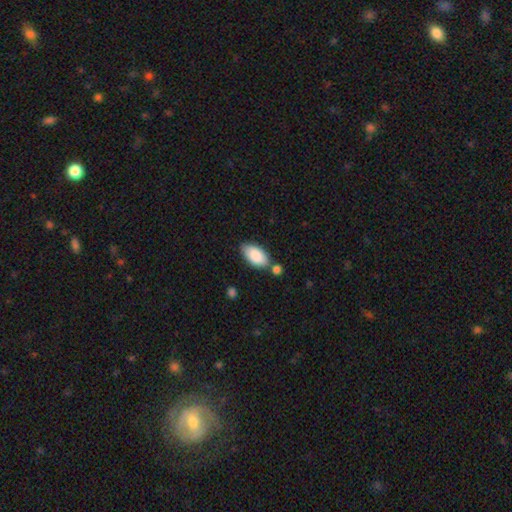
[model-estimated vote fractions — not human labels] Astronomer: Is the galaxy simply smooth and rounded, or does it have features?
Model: smooth — 88%.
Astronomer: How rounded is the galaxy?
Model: in between — 95%.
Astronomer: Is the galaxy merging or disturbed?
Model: none — 67%.